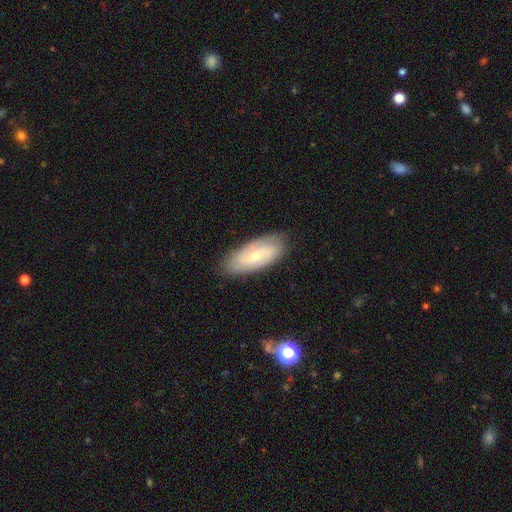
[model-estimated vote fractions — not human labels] Smooth or featured?
  - featured or disk: 58% *
  - smooth: 36%
  - star or artifact: 6%
Edge-on disk?
  - no: 89% *
  - yes: 11%
Bar?
  - no: 60% *
  - weak: 33%
  - strong: 7%
Spiral arms?
  - yes: 83% *
  - no: 17%
Bulge size?
  - small: 60% *
  - moderate: 36%
  - none: 2%
  - large: 2%
  - dominant: 1%
Merging?
  - none: 81% *
  - minor disturbance: 15%
  - major disturbance: 3%
  - merger: 1%